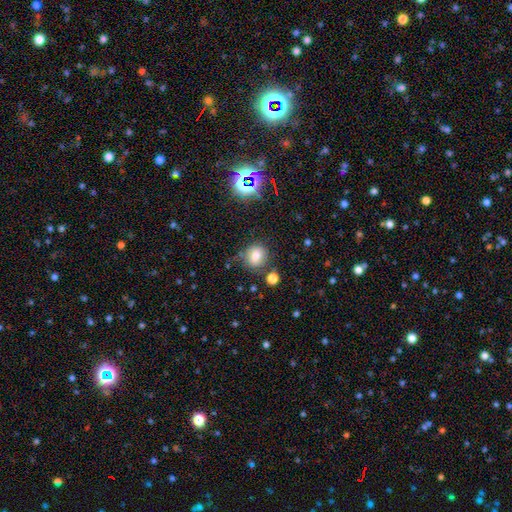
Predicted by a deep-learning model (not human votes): Smooth or featured? smooth (75%)
How rounded? round (65%)
Merging? none (68%)